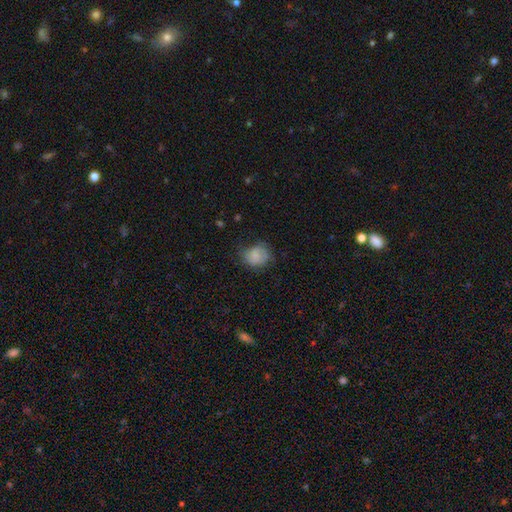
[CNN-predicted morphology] This is likely a smooth galaxy (77%). How rounded: possibly round (59%). Merging: possibly none (55%).